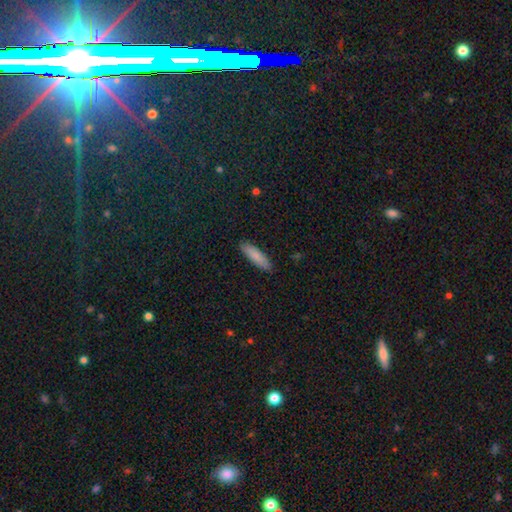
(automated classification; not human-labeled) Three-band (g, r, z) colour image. It shows a smooth galaxy with no disk features (85%) that is cigar-shaped (62%). Merging: none (90%).